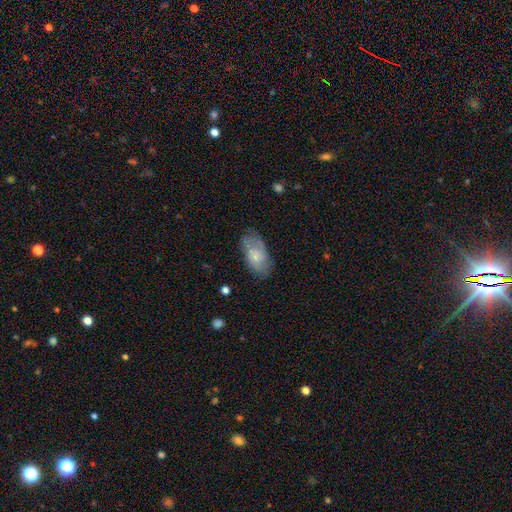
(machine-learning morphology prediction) smooth_or_featured: smooth (p=0.66) [alt: featured or disk p=0.27]
how_rounded: in between (p=0.92) [alt: round p=0.04]
merging: none (p=0.68) [alt: minor disturbance p=0.23]